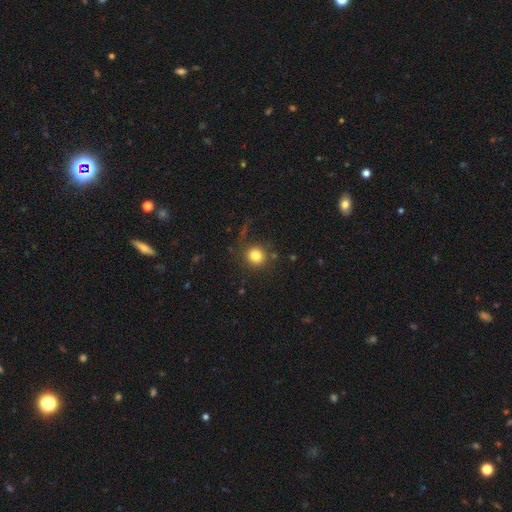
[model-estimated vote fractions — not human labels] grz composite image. It shows a smooth galaxy with no disk features (81%) that is round (91%). Merging: none (77%).